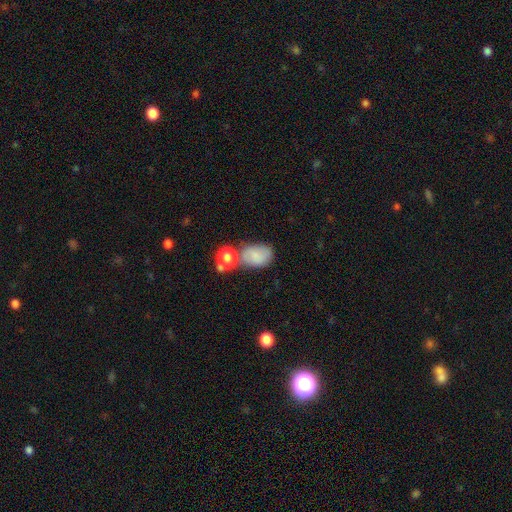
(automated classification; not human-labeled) A smooth galaxy with no disk features (76%) that is in between round and cigar-shaped (78%). Merging: none (46%).